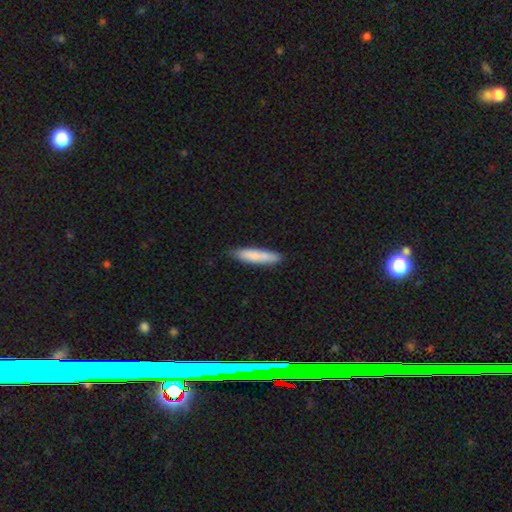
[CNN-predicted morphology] Smooth or featured?
  - smooth: 82% *
  - featured or disk: 13%
  - star or artifact: 6%
How rounded?
  - cigar-shaped: 83% *
  - in between: 15%
  - round: 1%
Merging?
  - none: 82% *
  - minor disturbance: 14%
  - major disturbance: 2%
  - merger: 1%